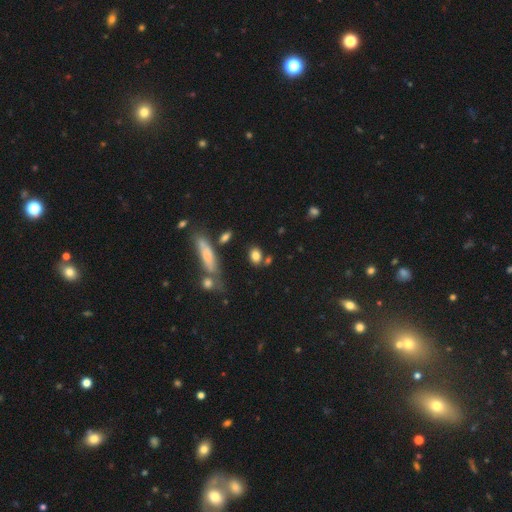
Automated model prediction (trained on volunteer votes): Smooth or featured: smooth — 80% (star or artifact — 10%)
How rounded: in between — 62% (round — 33%)
Merging: none — 69% (minor disturbance — 13%)